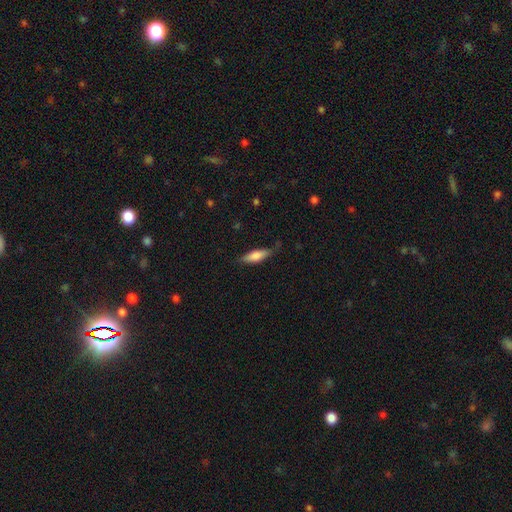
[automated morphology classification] This appears to be a smooth galaxy with no disk features (74%) that is cigar-shaped (51%). Merging: none (73%).